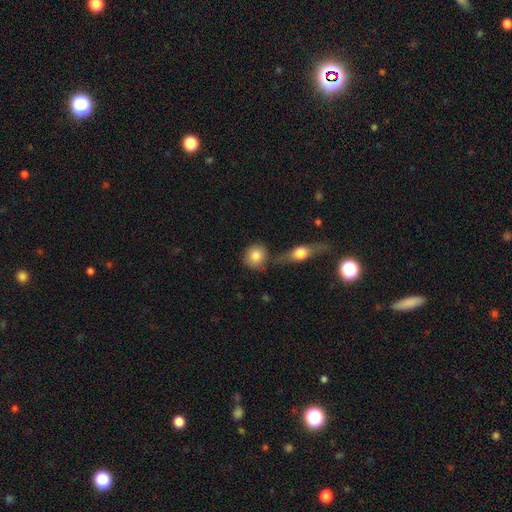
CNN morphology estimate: smooth-or-featured: smooth: 82% | featured or disk: 11% | star or artifact: 7%
  how-rounded: round: 82% | in between: 16% | cigar-shaped: 2%
  merging: none: 60% | merger: 23% | minor disturbance: 12% | major disturbance: 5%